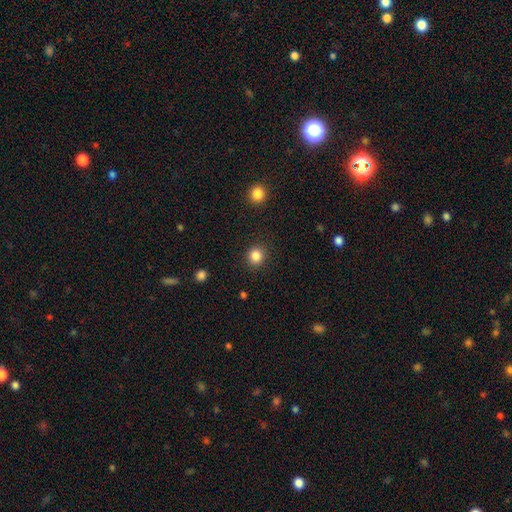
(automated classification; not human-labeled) Q: Smooth or featured?
A: smooth (85%); runner-up: star or artifact (11%)
Q: How rounded?
A: round (85%); runner-up: in between (14%)
Q: Merging?
A: none (90%); runner-up: minor disturbance (6%)